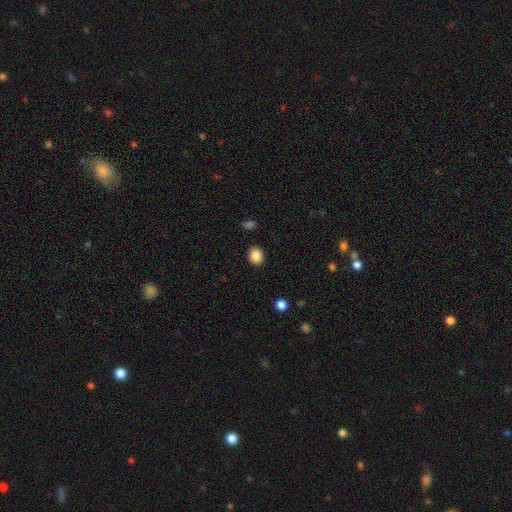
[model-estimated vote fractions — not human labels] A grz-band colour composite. It shows a smooth galaxy with no disk features (87%) that is round (59%). Merging: none (90%).